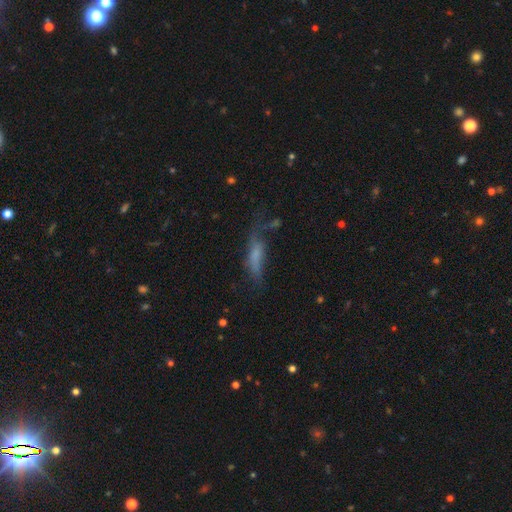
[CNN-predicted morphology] Smooth or featured? smooth (56%)
How rounded? cigar-shaped (63%)
Merging? none (38%)